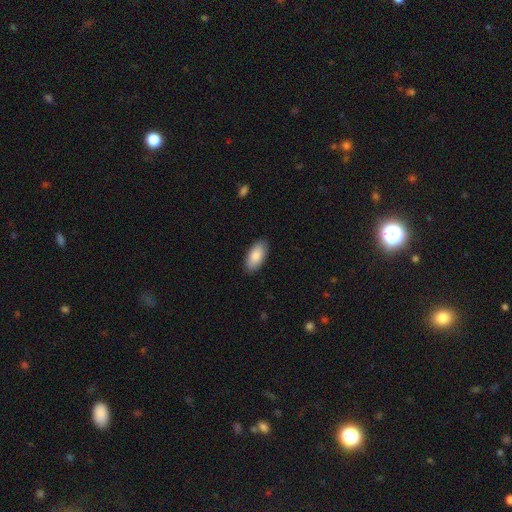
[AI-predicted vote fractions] smooth-or-featured: smooth: 87% | featured or disk: 7% | star or artifact: 6%
  how-rounded: in between: 93% | cigar-shaped: 5% | round: 2%
  merging: none: 88% | minor disturbance: 9% | major disturbance: 2% | merger: 1%